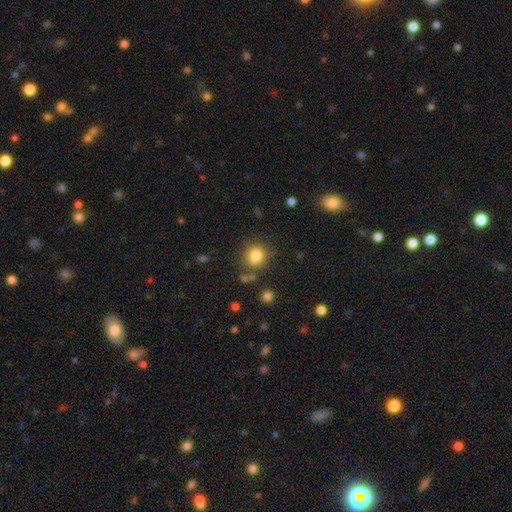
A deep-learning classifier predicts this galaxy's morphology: Overall: smooth (81%). How rounded: round (79%). Merging: none (76%).